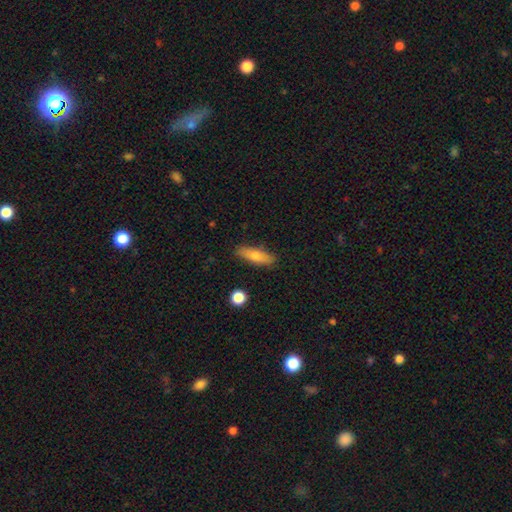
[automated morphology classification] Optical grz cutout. It shows a smooth galaxy with no disk features (72%) that is cigar-shaped (57%). Merging: none (87%).